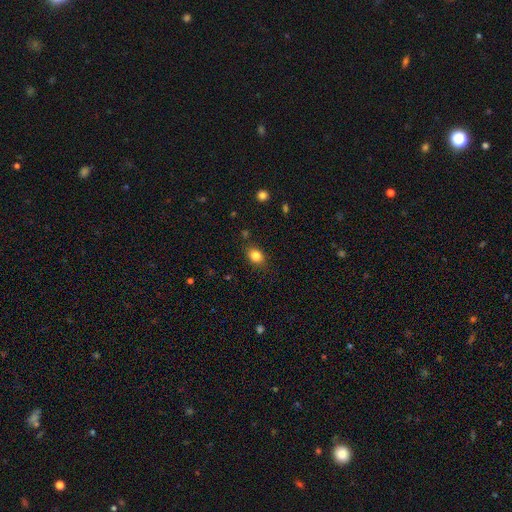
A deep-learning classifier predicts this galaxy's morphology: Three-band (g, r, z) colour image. It shows a smooth galaxy with no disk features (83%) that is in between round and cigar-shaped (67%). Merging: none (83%).